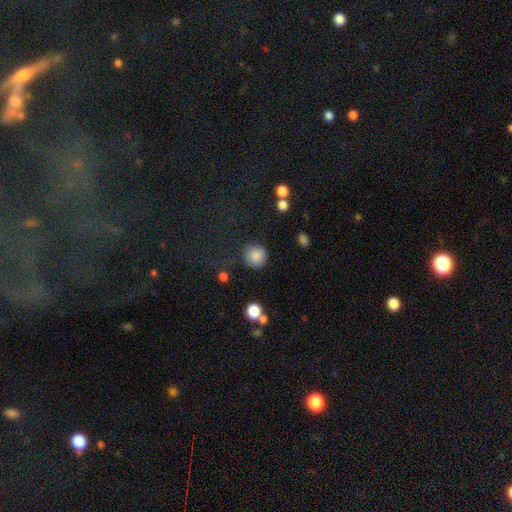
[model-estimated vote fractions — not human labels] A smooth galaxy with no disk features (86%) that is round (93%).

Vote fractions:
- Smooth or featured? smooth: 86% / star or artifact: 10% / featured or disk: 5%
- How rounded? round: 93% / in between: 6% / cigar-shaped: 1%
- Merging? none: 84% / minor disturbance: 10% / major disturbance: 4% / merger: 2%